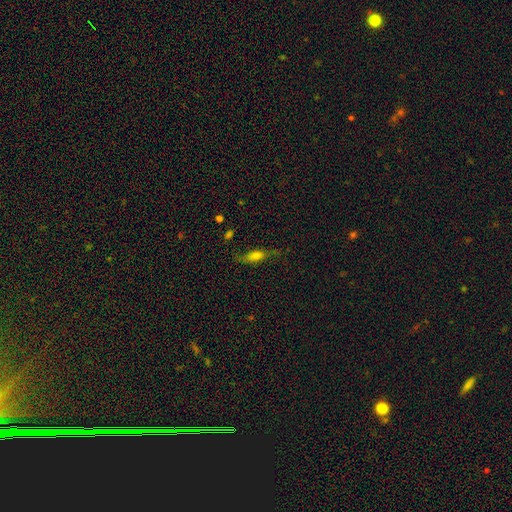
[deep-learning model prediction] Morphology: type=smooth (53%); roundness=in between (56%); merging=none (60%).